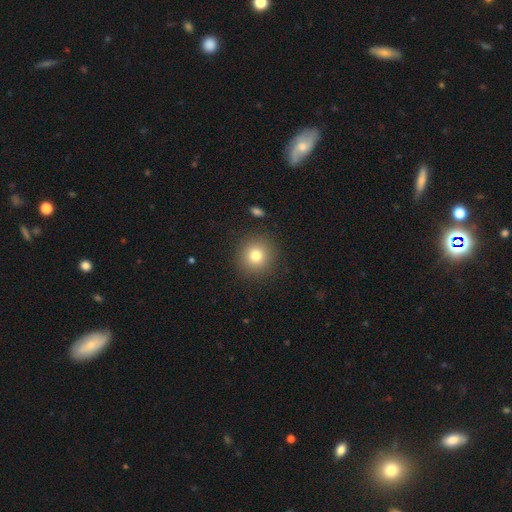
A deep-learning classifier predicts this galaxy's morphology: The model was most divided on "smooth or featured": smooth: 78%, star or artifact: 12%, featured or disk: 9%. More confident: how rounded — round (92%); merging — none (90%).